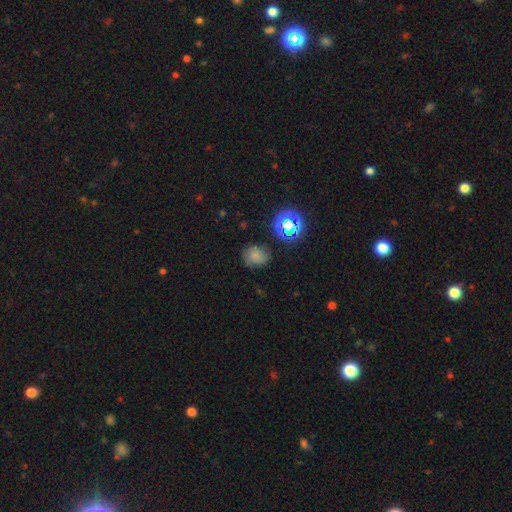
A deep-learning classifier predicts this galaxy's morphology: Smooth or featured? smooth (69%)
How rounded? round (60%)
Merging? none (75%)